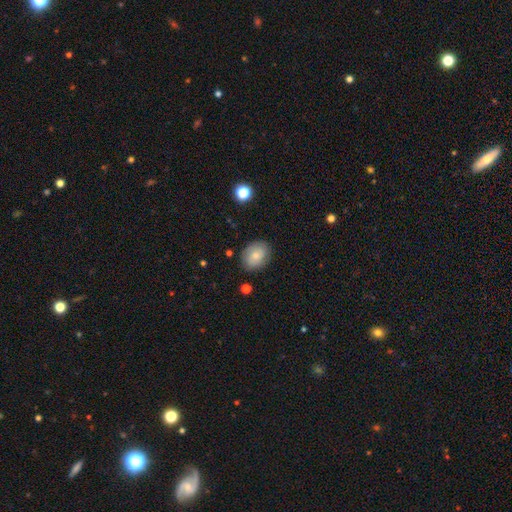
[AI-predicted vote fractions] Overall: smooth (76%). How rounded: in between (62%; round 37%). Merging: none (84%).